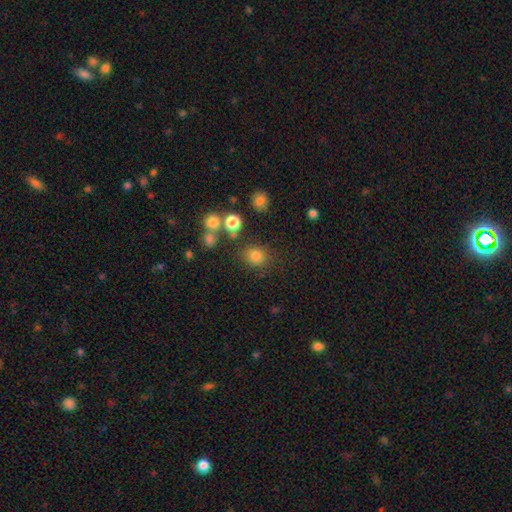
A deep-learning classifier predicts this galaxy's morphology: Smooth or featured? smooth (78%)
How rounded? round (79%)
Merging? none (78%)